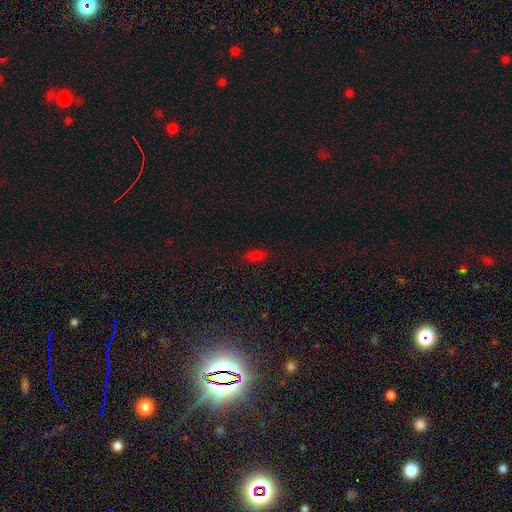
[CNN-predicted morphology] A smooth galaxy with no disk features (78%) that is in between round and cigar-shaped (85%). Merging: none (84%).